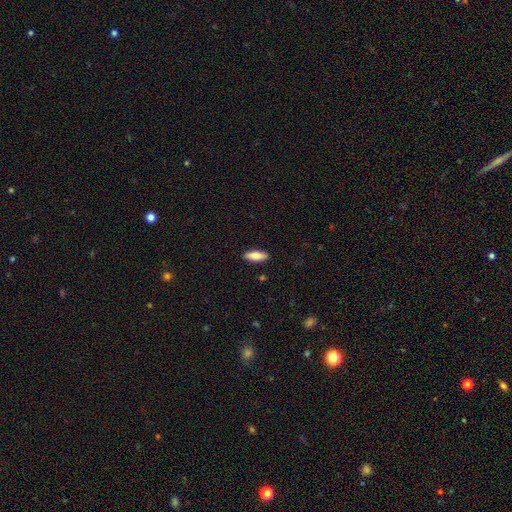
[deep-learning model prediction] This is likely a smooth galaxy (79%). How rounded: likely in between (65%). Merging: clearly none (90%).